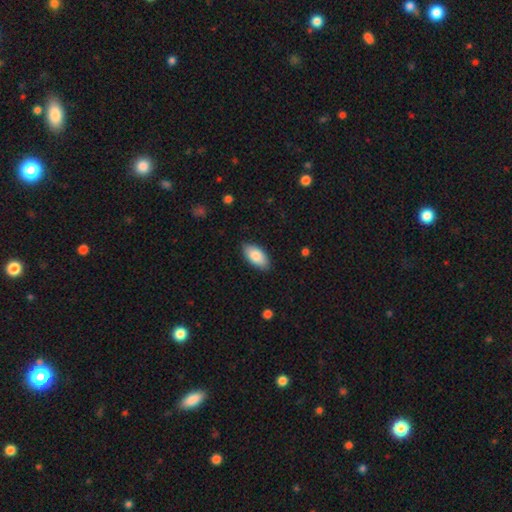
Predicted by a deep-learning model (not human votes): Smooth or featured? Predicted: smooth (p=0.85). How rounded? Predicted: in between (p=0.93). Merging? Predicted: none (p=0.86).